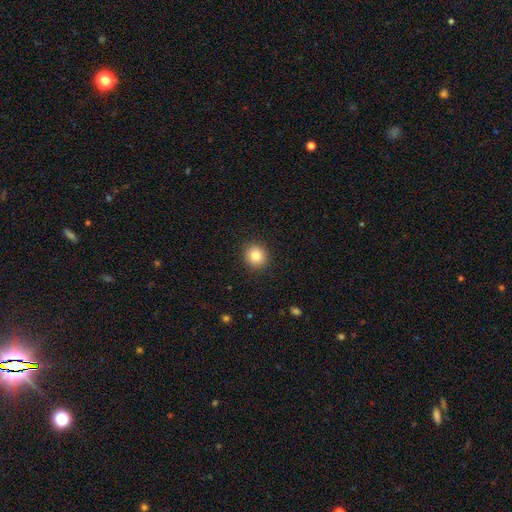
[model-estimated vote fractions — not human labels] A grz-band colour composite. It shows a smooth galaxy with no disk features (83%) that is round (86%). Merging: none (91%).